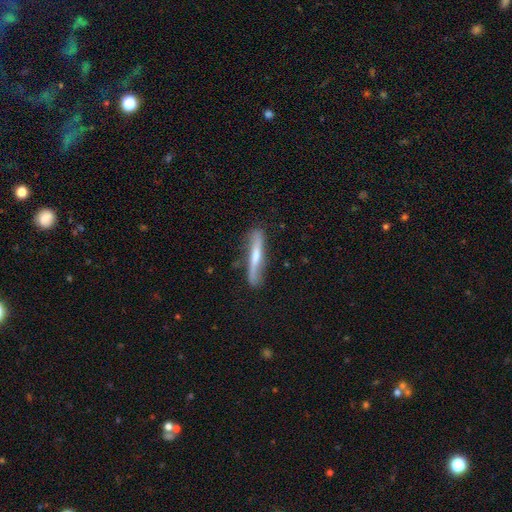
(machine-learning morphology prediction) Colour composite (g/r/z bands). It shows a featured or disk galaxy (64%) viewed edge-on (75%). Merging: none (81%).